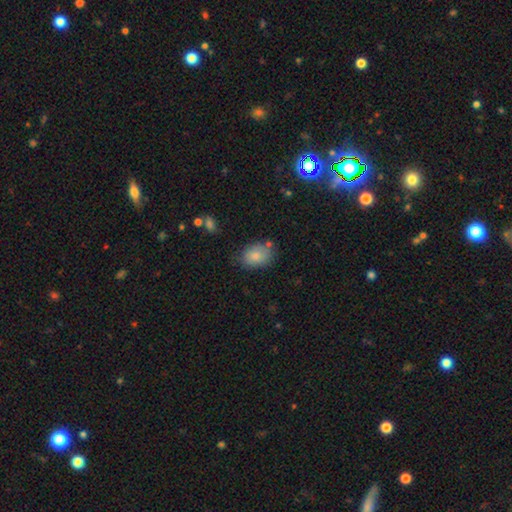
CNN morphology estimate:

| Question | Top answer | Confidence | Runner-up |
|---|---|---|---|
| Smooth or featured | smooth | 83% | featured or disk (9%) |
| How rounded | in between | 80% | round (19%) |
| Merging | none | 70% | minor disturbance (20%) |